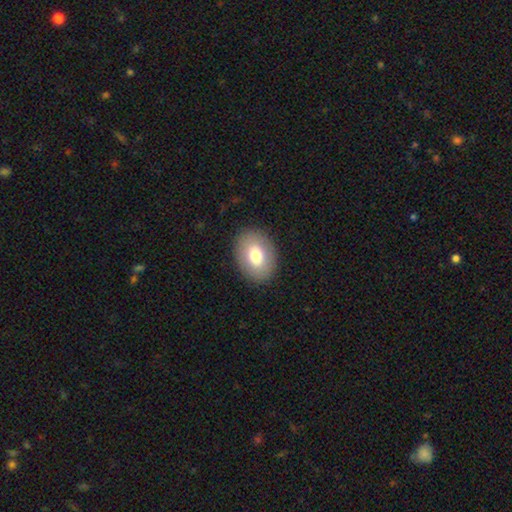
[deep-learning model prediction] Smooth or featured? Predicted: smooth (p=0.75). How rounded? Predicted: in between (p=0.75). Merging? Predicted: none (p=0.88).